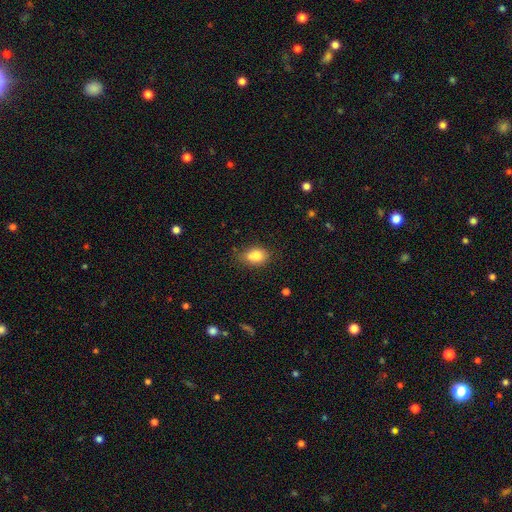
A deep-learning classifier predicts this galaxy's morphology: The model was most divided on "merging": none: 56%, minor disturbance: 21%, merger: 17%, major disturbance: 6%. More confident: smooth or featured — smooth (79%); how rounded — in between (71%).